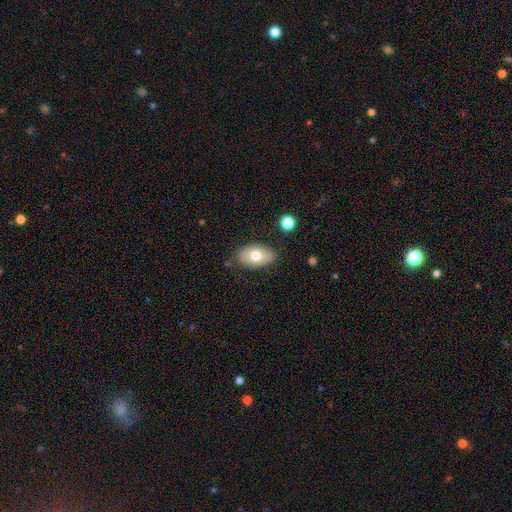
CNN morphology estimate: Smooth or featured? Predicted: smooth (p=0.69). How rounded? Predicted: in between (p=0.91). Merging? Predicted: none (p=0.78).